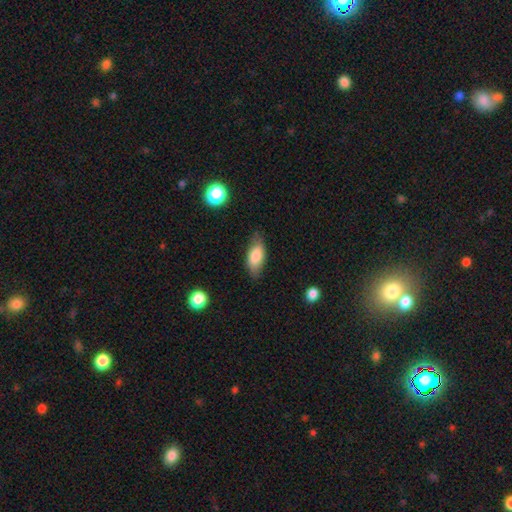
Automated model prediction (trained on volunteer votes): A smooth galaxy with no disk features (81%) that is in between round and cigar-shaped (84%). Merging: none (77%).